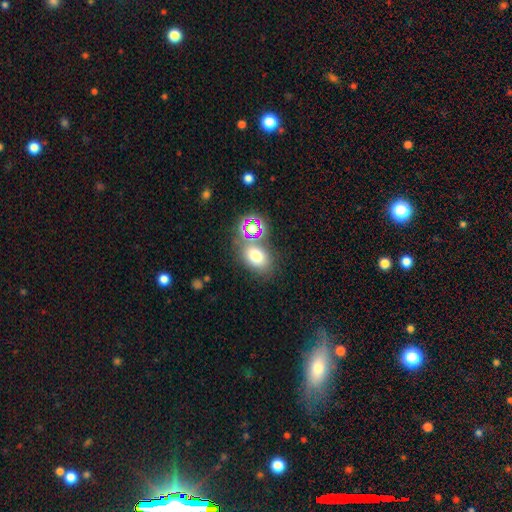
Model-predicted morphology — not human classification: Smooth or featured?
  - smooth: 66% *
  - star or artifact: 22%
  - featured or disk: 12%
How rounded?
  - in between: 66% *
  - round: 33%
  - cigar-shaped: 1%
Merging?
  - none: 64% *
  - merger: 17%
  - minor disturbance: 13%
  - major disturbance: 6%